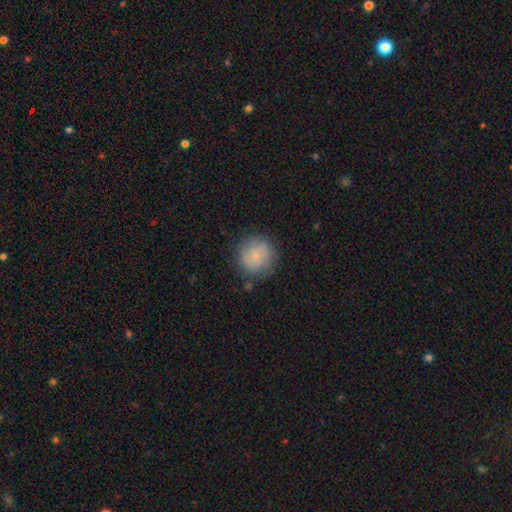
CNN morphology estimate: A smooth galaxy with no disk features (73%) that is round (92%). Merging: none (76%).